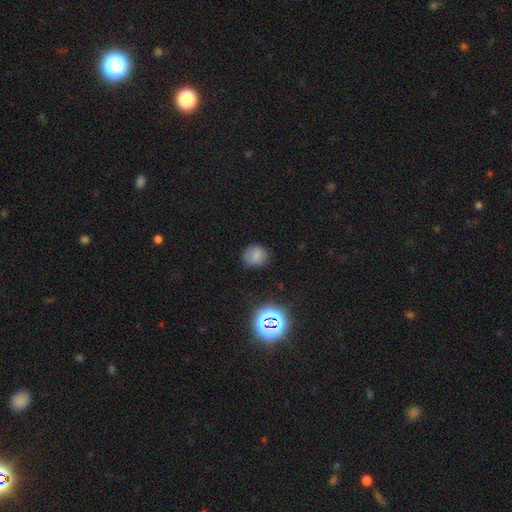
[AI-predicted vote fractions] Morphology: type=smooth (76%); roundness=round (78%); merging=none (80%).